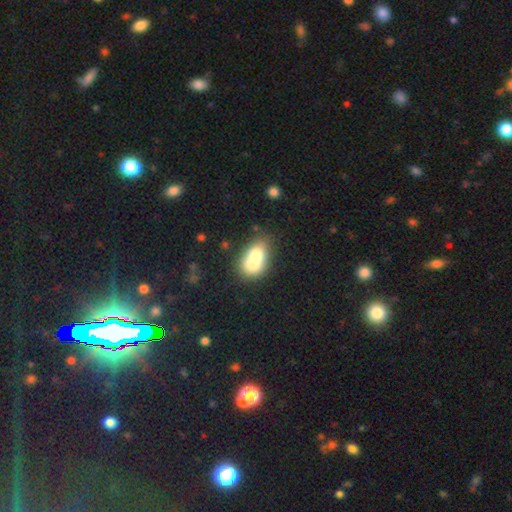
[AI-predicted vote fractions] A smooth galaxy with no disk features (66%) that is in between round and cigar-shaped (59%). Merging: merger (72%).